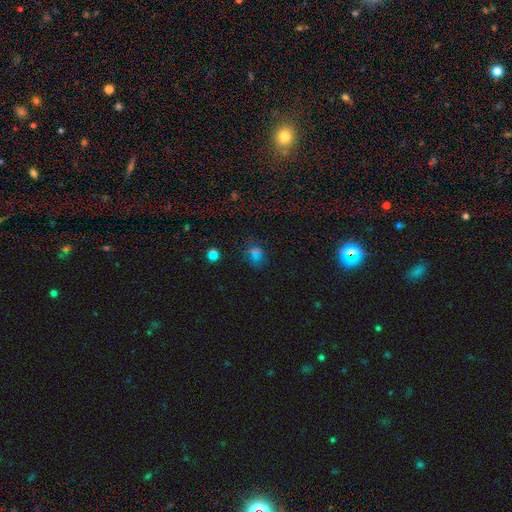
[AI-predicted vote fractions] Smooth or featured?
  - smooth: 46% *
  - star or artifact: 43%
  - featured or disk: 11%
Merging?
  - none: 64% *
  - minor disturbance: 17%
  - major disturbance: 10%
  - merger: 9%